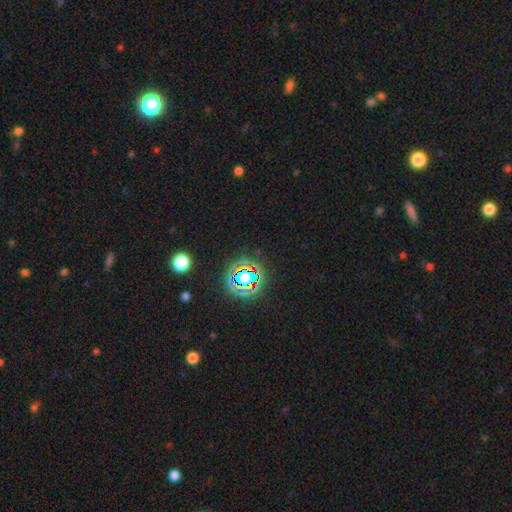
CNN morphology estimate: Smooth or featured: star or artifact — 79% (smooth — 14%)